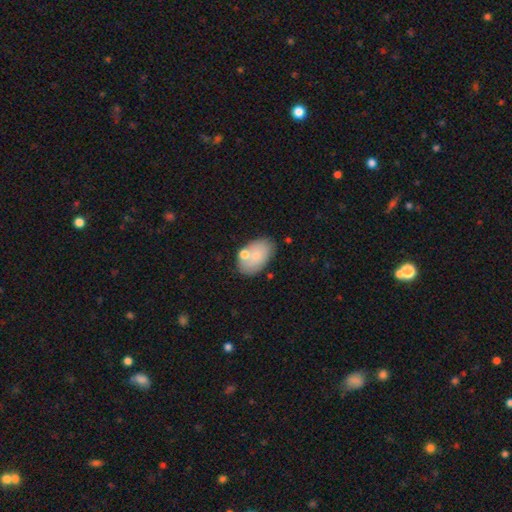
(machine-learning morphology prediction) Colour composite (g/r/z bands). It shows a smooth galaxy with no disk features (76%) that is in between round and cigar-shaped (92%). Merging: none (67%).